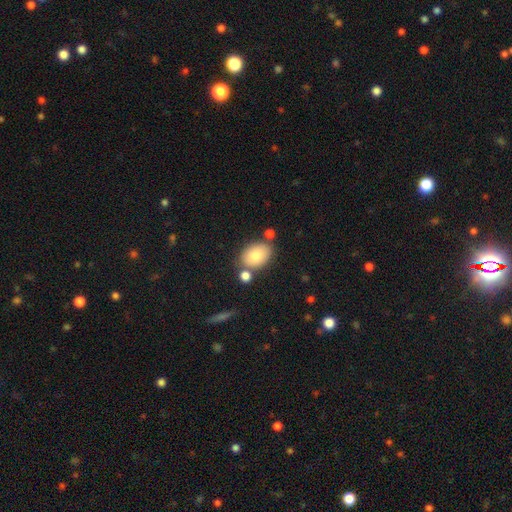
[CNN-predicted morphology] Smooth or featured? smooth (82%)
How rounded? in between (82%)
Merging? none (68%)